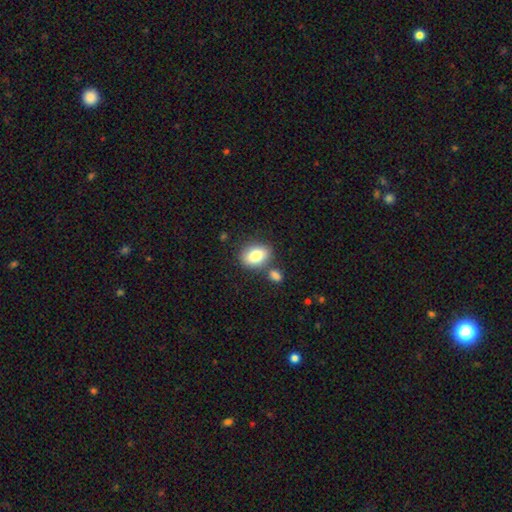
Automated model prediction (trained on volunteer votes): smooth_or_featured: smooth (p=0.81) [alt: featured or disk p=0.11]
how_rounded: in between (p=0.74) [alt: round p=0.24]
merging: none (p=0.67) [alt: merger p=0.17]